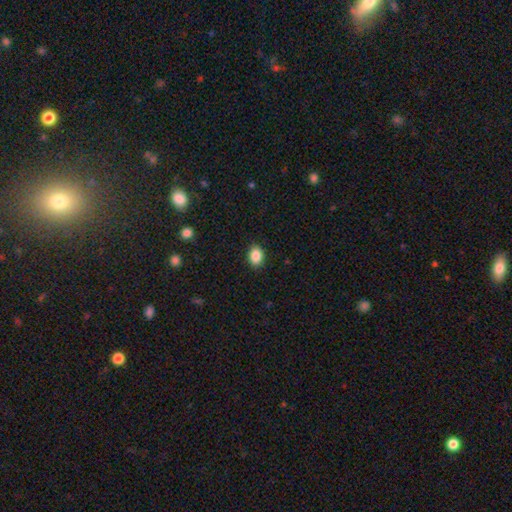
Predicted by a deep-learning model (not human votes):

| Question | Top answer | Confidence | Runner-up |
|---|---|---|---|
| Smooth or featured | smooth | 87% | star or artifact (9%) |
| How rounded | in between | 74% | round (25%) |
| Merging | none | 88% | minor disturbance (9%) |